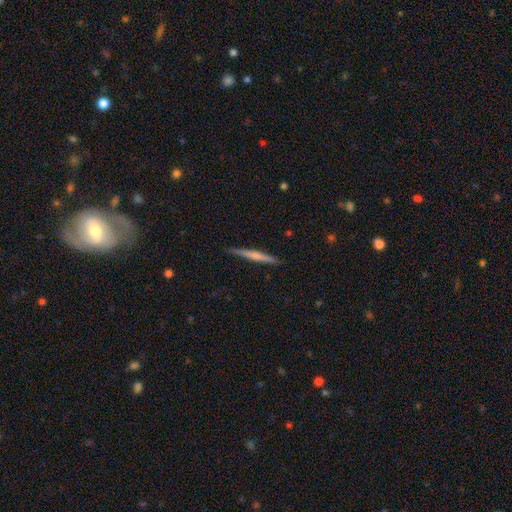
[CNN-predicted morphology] Smooth or featured: featured or disk — 53% (smooth — 42%)
Edge-on disk: yes — 97% (no — 3%)
Edge-on bulge: rounded — 45% (none — 44%)
Merging: none — 89% (minor disturbance — 8%)